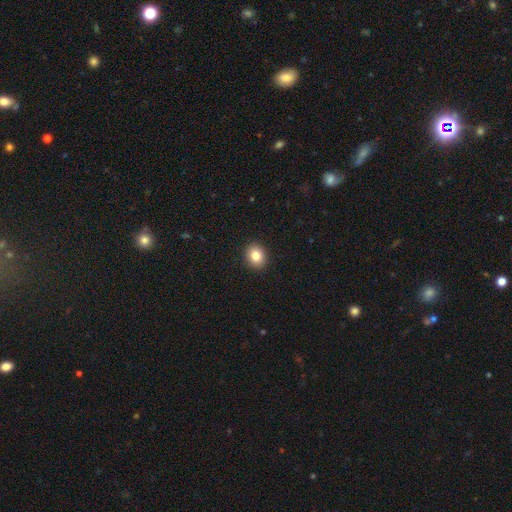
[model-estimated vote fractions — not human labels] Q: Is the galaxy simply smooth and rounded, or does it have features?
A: smooth — 83%.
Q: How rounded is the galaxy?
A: round — 66%.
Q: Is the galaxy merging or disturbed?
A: none — 92%.